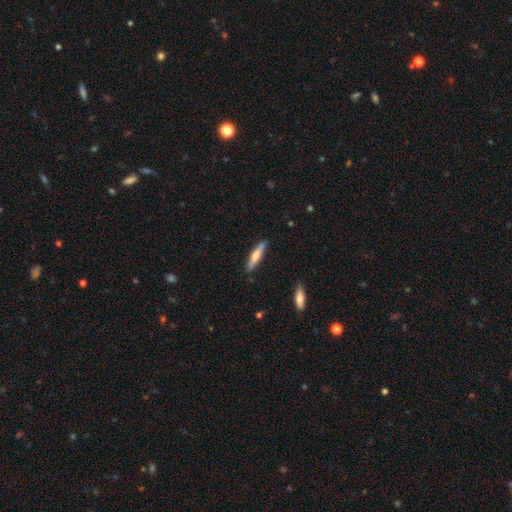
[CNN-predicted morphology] This appears to be a smooth galaxy with no disk features (61%) that is cigar-shaped (86%). Merging: none (86%).